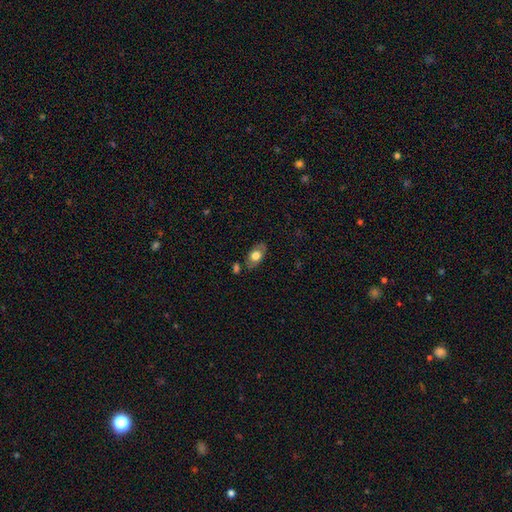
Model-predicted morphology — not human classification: This appears to be a smooth galaxy with no disk features (64%) that is in between round and cigar-shaped (87%). Merging: none (74%).